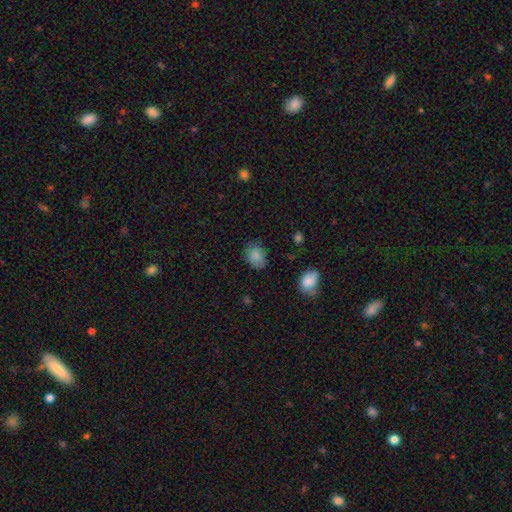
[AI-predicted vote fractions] smooth 84%, star or artifact 9%, featured or disk 7%. Down the decision tree: how rounded — in between (60%); merging — none (73%).